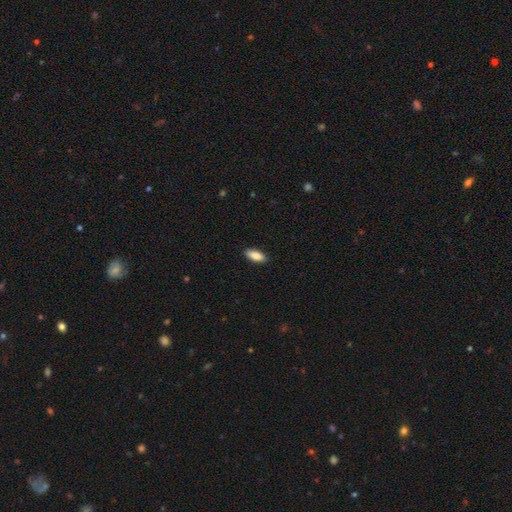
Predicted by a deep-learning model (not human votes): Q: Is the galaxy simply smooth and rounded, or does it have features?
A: smooth — 87%.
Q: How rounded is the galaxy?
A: in between — 83%.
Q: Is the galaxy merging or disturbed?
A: none — 89%.